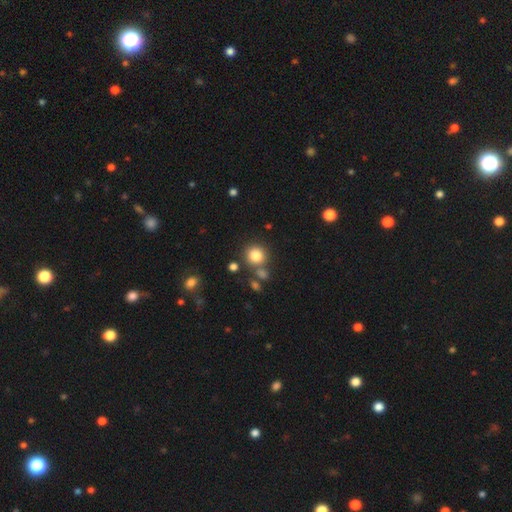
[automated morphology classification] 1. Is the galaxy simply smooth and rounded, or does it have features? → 82% smooth, 11% star or artifact, 7% featured or disk.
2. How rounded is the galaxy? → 89% round, 10% in between, 1% cigar-shaped.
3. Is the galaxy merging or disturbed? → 74% none, 12% merger, 10% minor disturbance, 4% major disturbance.